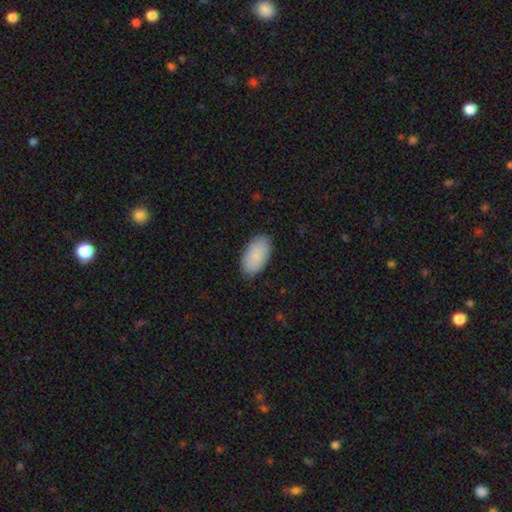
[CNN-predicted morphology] This appears to be a smooth galaxy with no disk features (90%) that is in between round and cigar-shaped (96%). Merging: none (87%).